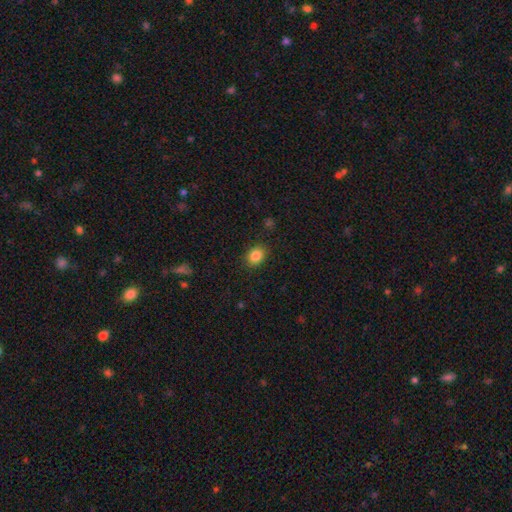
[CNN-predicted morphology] Overall: smooth (86%). How rounded: in between (57%; round 42%). Merging: none (88%).